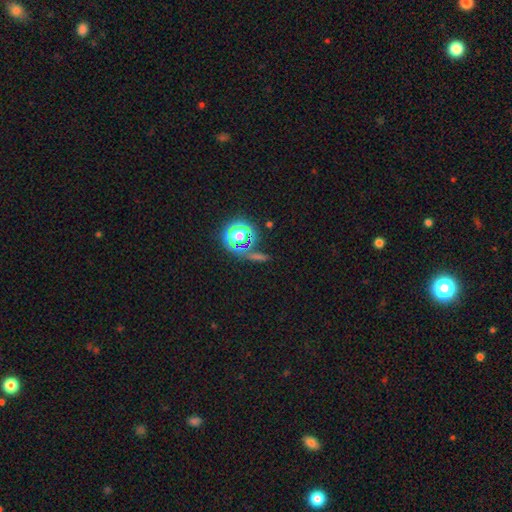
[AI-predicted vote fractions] Smooth or featured? star or artifact (64%)